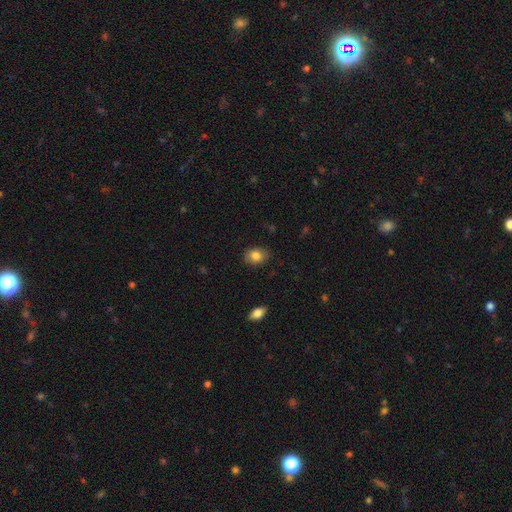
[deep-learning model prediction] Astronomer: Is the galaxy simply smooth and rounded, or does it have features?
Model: smooth — 83%.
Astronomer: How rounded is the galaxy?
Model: in between — 69%.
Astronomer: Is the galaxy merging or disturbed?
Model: none — 81%.